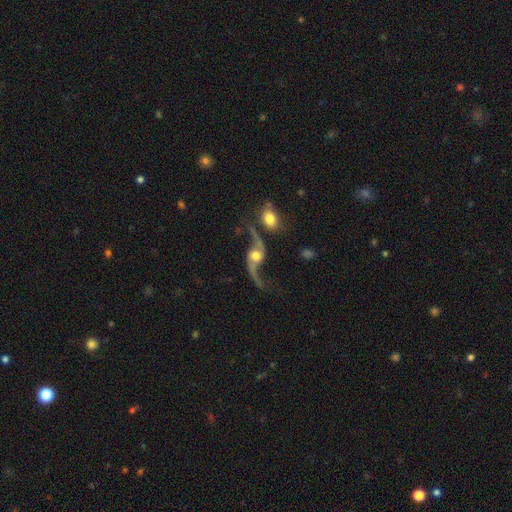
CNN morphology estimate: Smooth or featured: featured or disk — 89% (star or artifact — 6%)
Edge-on disk: no — 94% (yes — 6%)
Bar: no — 60% (weak — 29%)
Spiral arms: yes — 96% (no — 4%)
Spiral winding: loose — 94% (medium — 5%)
Spiral arm count: 2 — 94% (1 — 2%)
Bulge size: moderate — 61% (small — 19%)
Merging: none — 62% (minor disturbance — 16%)